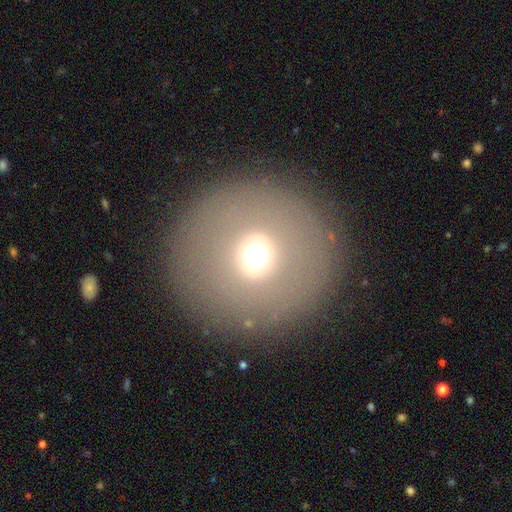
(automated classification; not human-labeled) This appears to be a smooth galaxy with no disk features (60%) that is round (84%). Merging: none (84%).